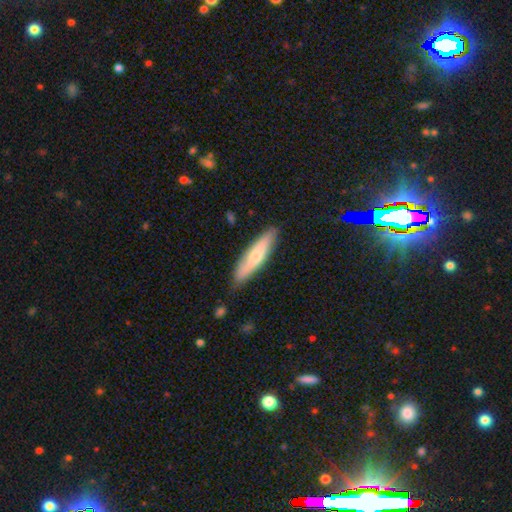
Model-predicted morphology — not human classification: The model was most divided on "smooth or featured": smooth: 63%, featured or disk: 31%, star or artifact: 5%. More confident: merging — none (84%); how rounded — cigar-shaped (78%).